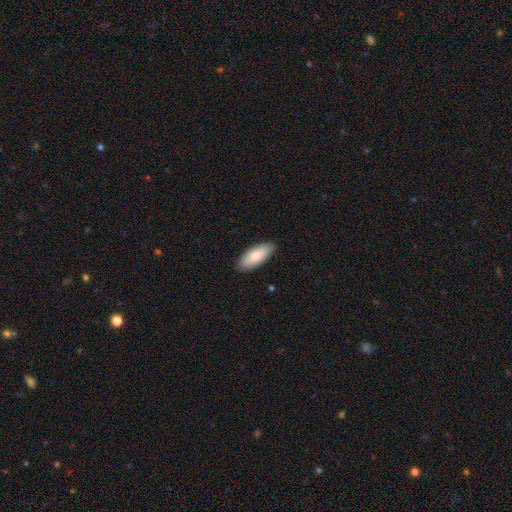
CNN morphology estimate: type=smooth (80%); roundness=in between (84%); merging=none (88%).